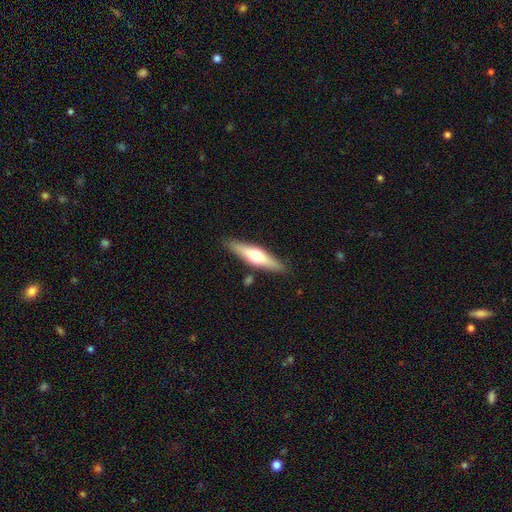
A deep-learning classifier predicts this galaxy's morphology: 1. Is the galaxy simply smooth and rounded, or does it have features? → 52% featured or disk, 42% smooth, 6% star or artifact.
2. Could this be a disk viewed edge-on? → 93% yes, 7% no.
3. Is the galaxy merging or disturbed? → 87% none, 9% minor disturbance, 2% merger, 2% major disturbance.